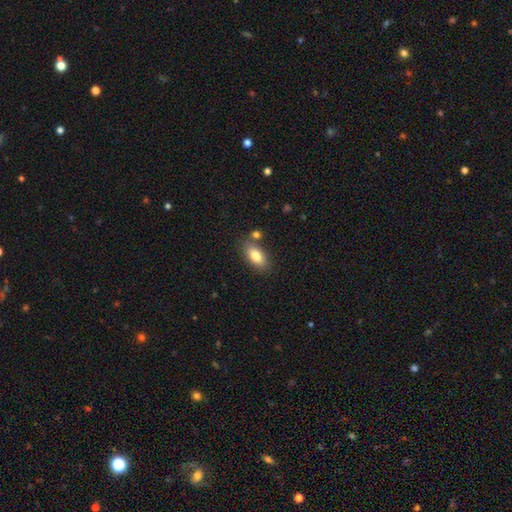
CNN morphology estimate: smooth 81%, featured or disk 11%, star or artifact 7%. Down the decision tree: how rounded — in between (89%); merging — none (76%).